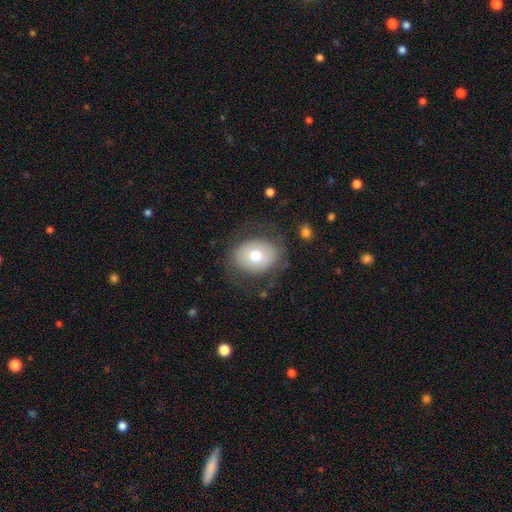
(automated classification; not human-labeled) smooth-or-featured: smooth: 65% | featured or disk: 26% | star or artifact: 8%
  how-rounded: in between: 54% | round: 45% | cigar-shaped: 1%
  merging: none: 75% | minor disturbance: 15% | major disturbance: 9% | merger: 1%